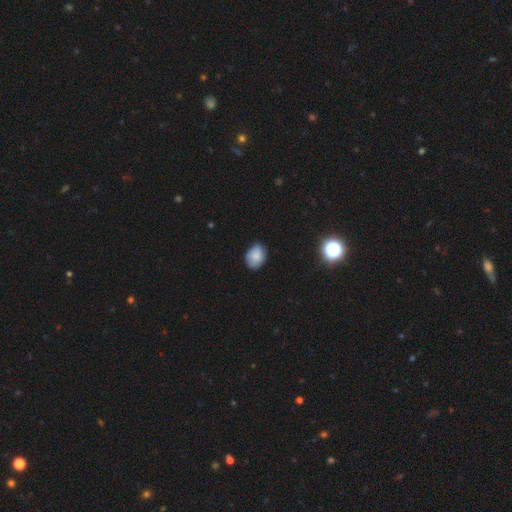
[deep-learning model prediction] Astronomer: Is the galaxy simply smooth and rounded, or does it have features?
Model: smooth — 81%.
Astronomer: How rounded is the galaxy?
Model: in between — 65%.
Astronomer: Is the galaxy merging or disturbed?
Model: none — 77%.